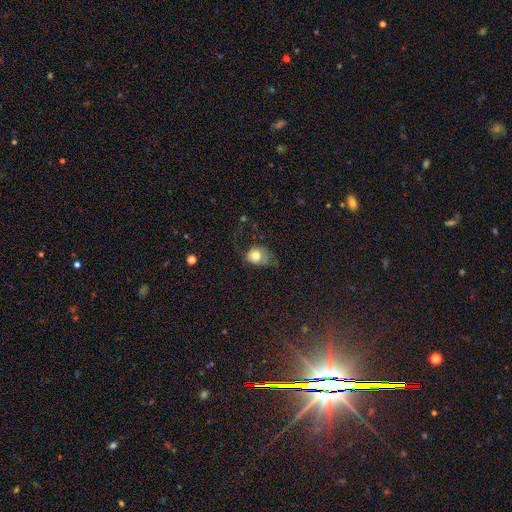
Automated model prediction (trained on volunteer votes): smooth_or_featured: smooth (p=0.76) [alt: featured or disk p=0.15]
how_rounded: round (p=0.61) [alt: in between p=0.38]
merging: none (p=0.37) [alt: minor disturbance p=0.31]